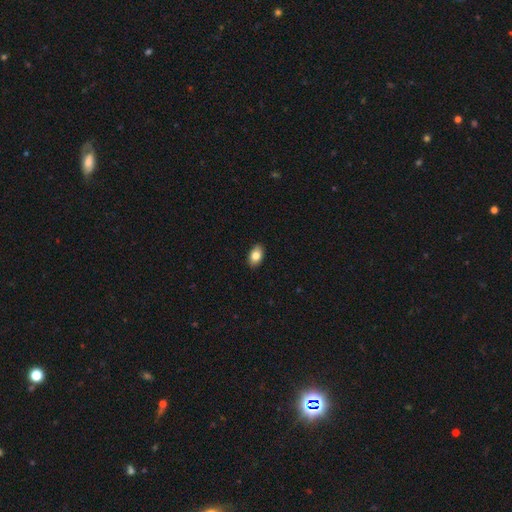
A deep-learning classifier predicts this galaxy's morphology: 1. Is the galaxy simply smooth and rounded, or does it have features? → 83% smooth, 10% featured or disk, 7% star or artifact.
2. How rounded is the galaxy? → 90% in between, 8% round, 2% cigar-shaped.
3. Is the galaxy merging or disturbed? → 89% none, 8% minor disturbance, 2% major disturbance, 1% merger.